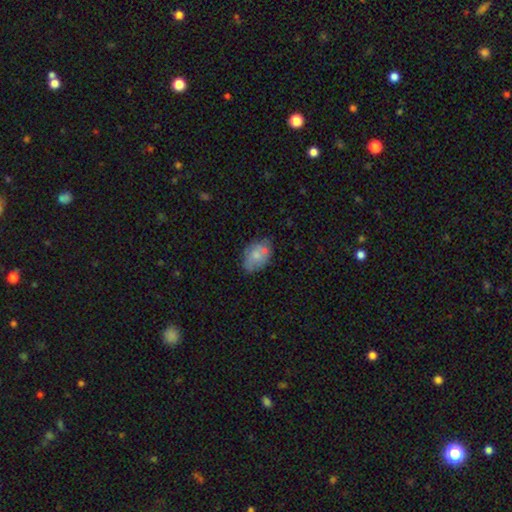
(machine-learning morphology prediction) The model was most divided on "merging": none: 59%, minor disturbance: 27%, major disturbance: 7%, merger: 7%. More confident: how rounded — in between (83%); smooth or featured — smooth (67%).